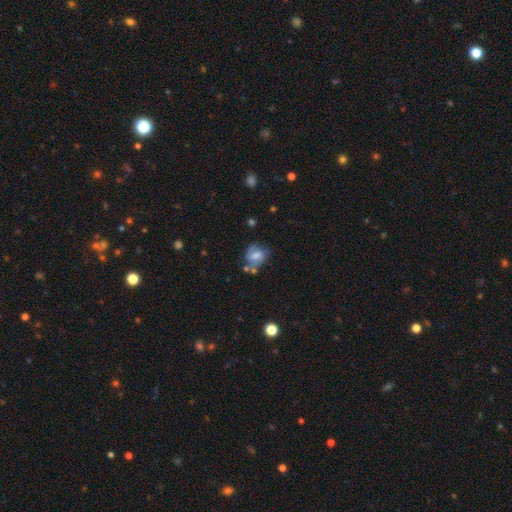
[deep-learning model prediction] Smooth or featured: smooth — 49% (featured or disk — 40%)
Merging: none — 46% (minor disturbance — 25%)